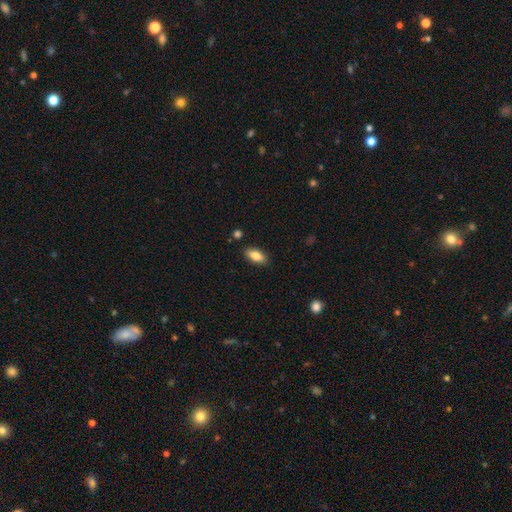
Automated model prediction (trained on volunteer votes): A smooth galaxy with no disk features (82%) that is in between round and cigar-shaped (85%). Merging: none (87%).